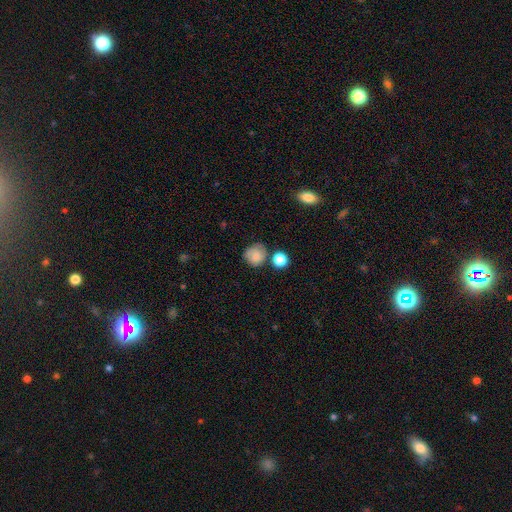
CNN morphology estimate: Smooth or featured: smooth — 76% (featured or disk — 14%)
How rounded: round — 83% (in between — 16%)
Merging: none — 61% (minor disturbance — 22%)